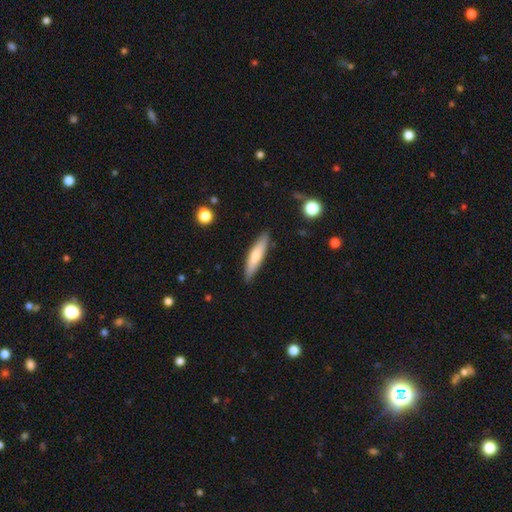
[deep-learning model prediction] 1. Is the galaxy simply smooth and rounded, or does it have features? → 65% smooth, 29% featured or disk, 5% star or artifact.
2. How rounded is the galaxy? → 80% cigar-shaped, 18% in between, 1% round.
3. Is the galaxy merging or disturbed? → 87% none, 10% minor disturbance, 2% major disturbance, 1% merger.